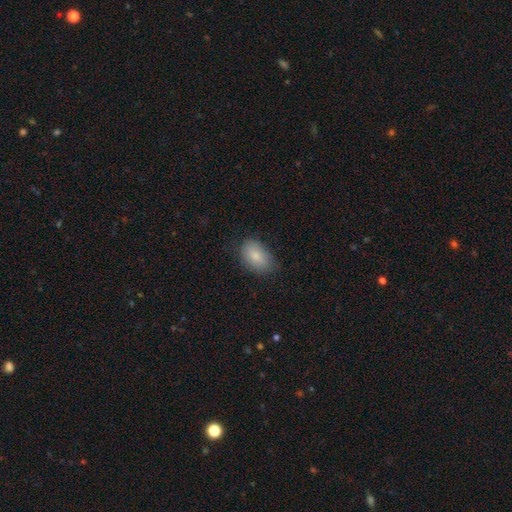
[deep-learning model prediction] smooth-or-featured: smooth: 85% | featured or disk: 8% | star or artifact: 7%
  how-rounded: in between: 88% | round: 11% | cigar-shaped: 1%
  merging: none: 75% | minor disturbance: 19% | major disturbance: 4% | merger: 1%